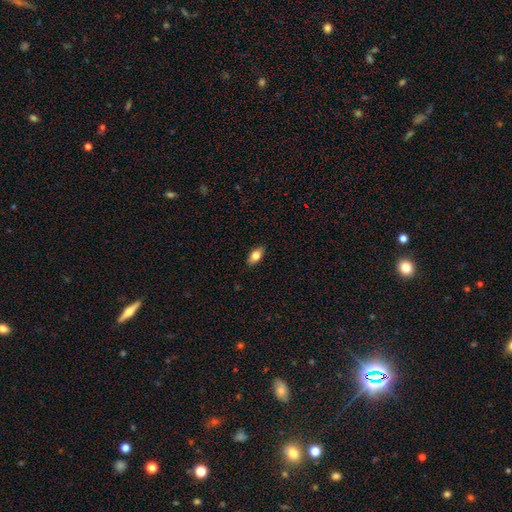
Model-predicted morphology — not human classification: Overall: smooth (77%). How rounded: in between (88%). Merging: none (88%).